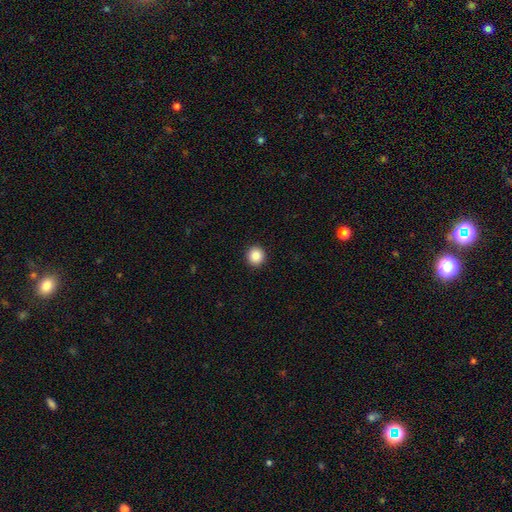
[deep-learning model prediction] Overall: smooth (87%). How rounded: round (92%). Merging: none (93%).